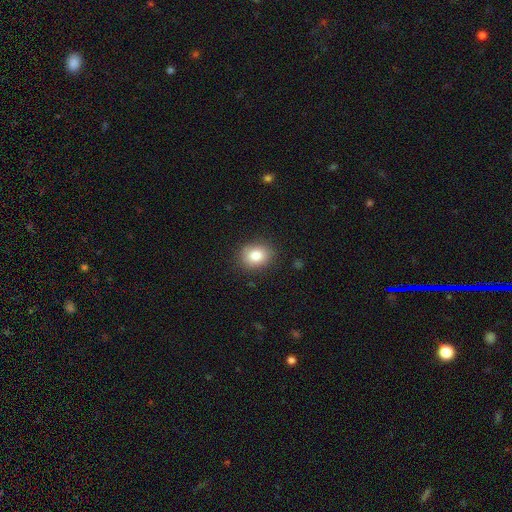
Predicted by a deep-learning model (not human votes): Smooth or featured? Predicted: smooth (p=0.83). How rounded? Predicted: round (p=0.53). Merging? Predicted: none (p=0.86).